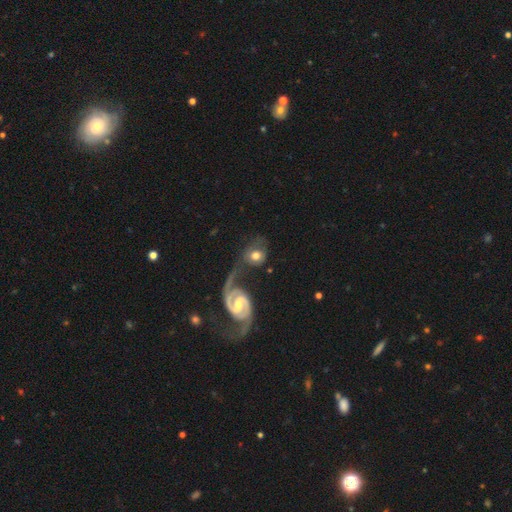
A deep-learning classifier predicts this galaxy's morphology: Overall: smooth (48%; featured or disk 45%). Merging: none (41%; merger 31%).